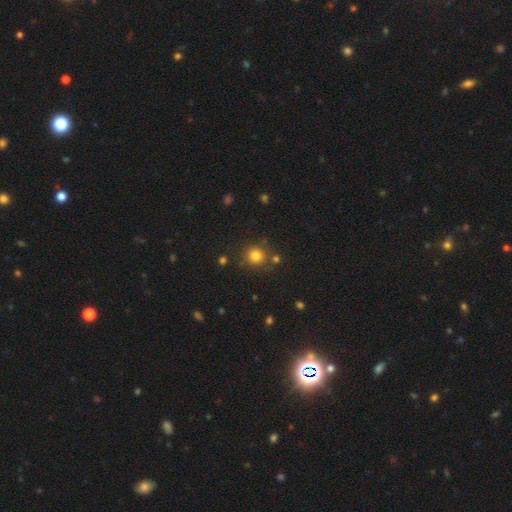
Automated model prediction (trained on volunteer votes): Smooth or featured: smooth — 81% (star or artifact — 13%)
How rounded: round — 92% (in between — 7%)
Merging: none — 80% (minor disturbance — 9%)